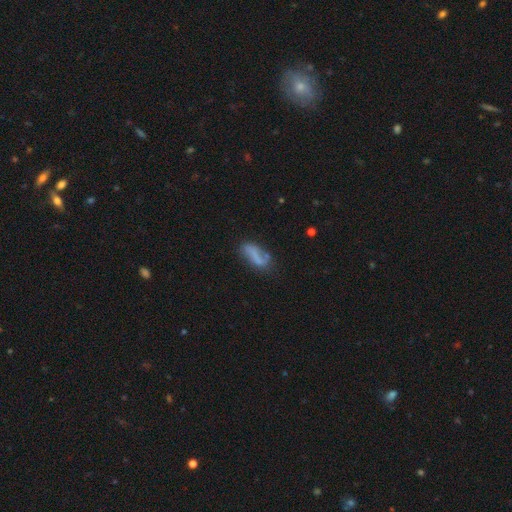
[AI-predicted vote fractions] Smooth or featured? smooth (57%)
How rounded? in between (72%)
Merging? none (49%)